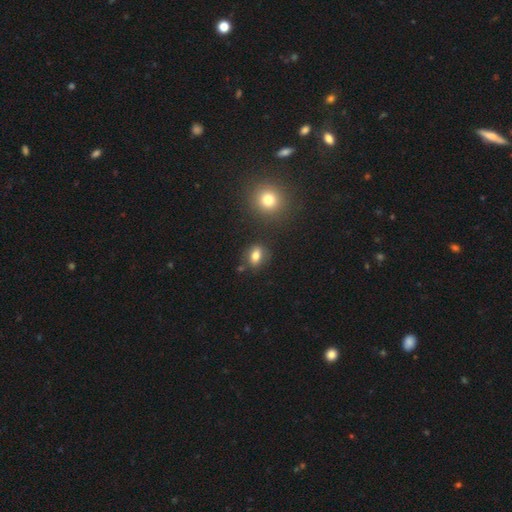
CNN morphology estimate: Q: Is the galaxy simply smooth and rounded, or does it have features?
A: smooth — 77%.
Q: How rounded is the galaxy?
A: in between — 68%.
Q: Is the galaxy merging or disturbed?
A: none — 77%.